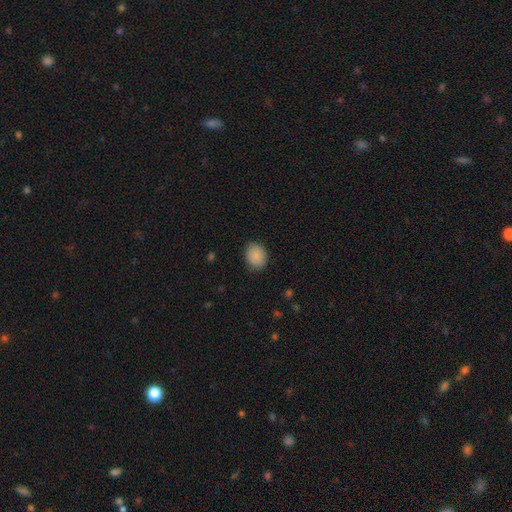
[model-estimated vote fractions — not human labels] Morphology: type=smooth (88%); roundness=in between (53%); merging=none (84%).